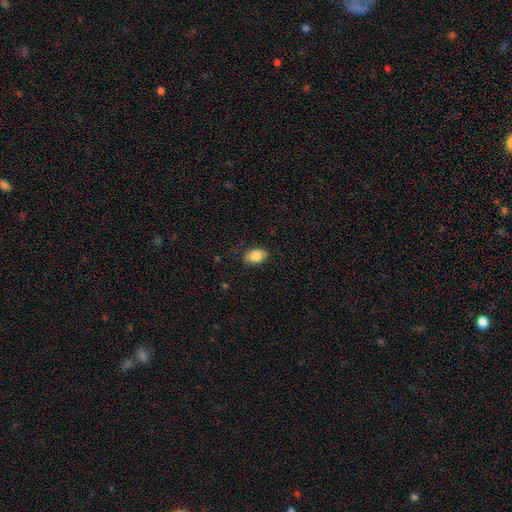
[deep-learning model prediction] Smooth or featured? Predicted: smooth (p=0.87). How rounded? Predicted: in between (p=0.86). Merging? Predicted: none (p=0.85).